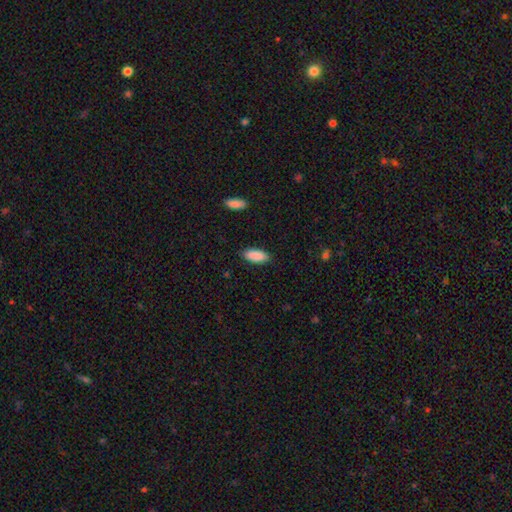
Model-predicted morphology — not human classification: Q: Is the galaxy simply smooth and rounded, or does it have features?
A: smooth — 90%.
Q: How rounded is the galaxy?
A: in between — 83%.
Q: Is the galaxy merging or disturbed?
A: none — 88%.